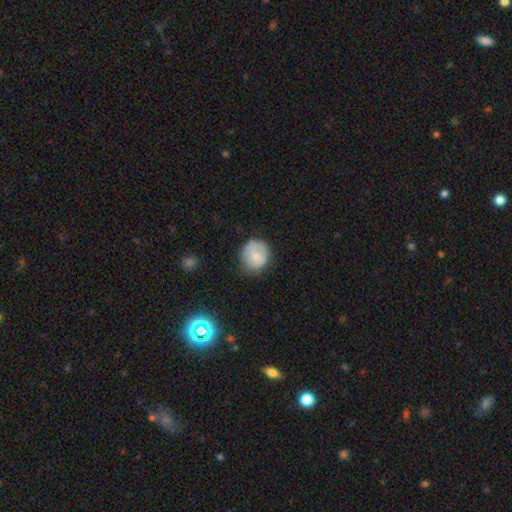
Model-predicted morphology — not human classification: Smooth or featured? Predicted: smooth (p=0.68). How rounded? Predicted: round (p=0.82). Merging? Predicted: none (p=0.65).